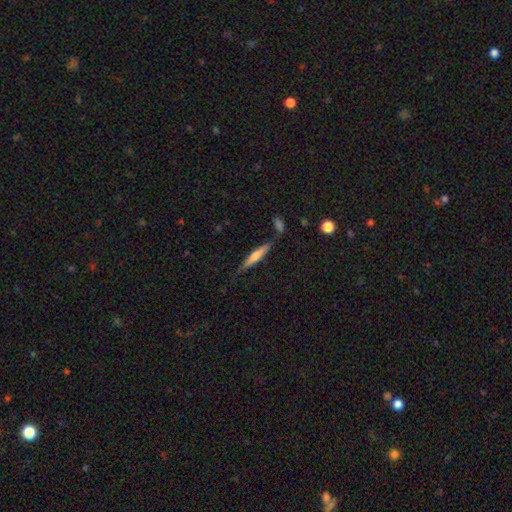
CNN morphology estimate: smooth_or_featured: featured or disk (p=0.47) [alt: smooth p=0.46]
merging: none (p=0.76) [alt: minor disturbance p=0.14]